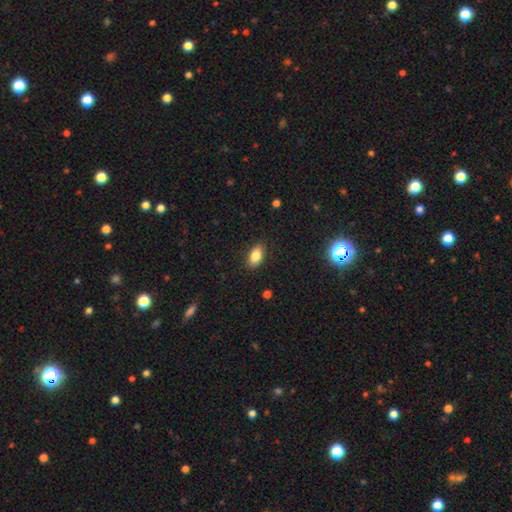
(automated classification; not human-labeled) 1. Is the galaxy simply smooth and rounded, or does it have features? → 83% smooth, 9% star or artifact, 9% featured or disk.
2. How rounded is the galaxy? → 90% in between, 6% round, 4% cigar-shaped.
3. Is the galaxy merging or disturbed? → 88% none, 9% minor disturbance, 2% major disturbance, 1% merger.